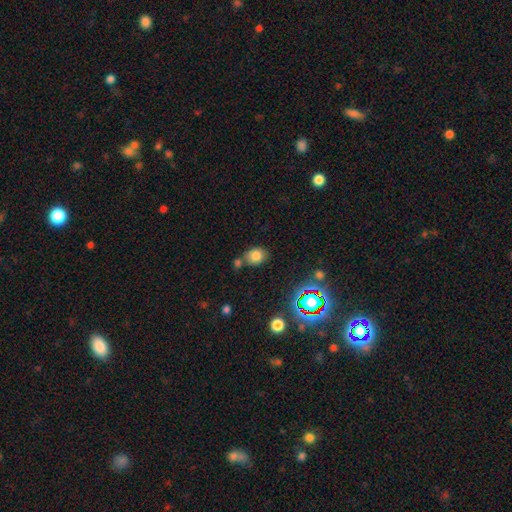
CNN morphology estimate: A smooth galaxy with no disk features (79%) that is in between round and cigar-shaped (53%).

Vote fractions:
- Smooth or featured? smooth: 79% / star or artifact: 14% / featured or disk: 7%
- How rounded? in between: 53% / round: 46% / cigar-shaped: 1%
- Merging? none: 64% / merger: 16% / minor disturbance: 15% / major disturbance: 4%